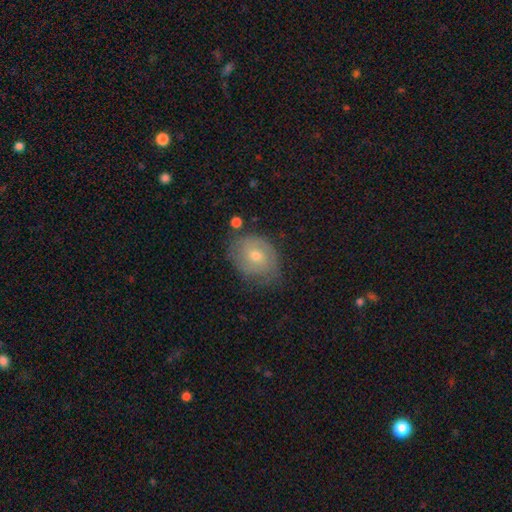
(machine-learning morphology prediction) A smooth galaxy with no disk features (48%). Merging: none (62%).